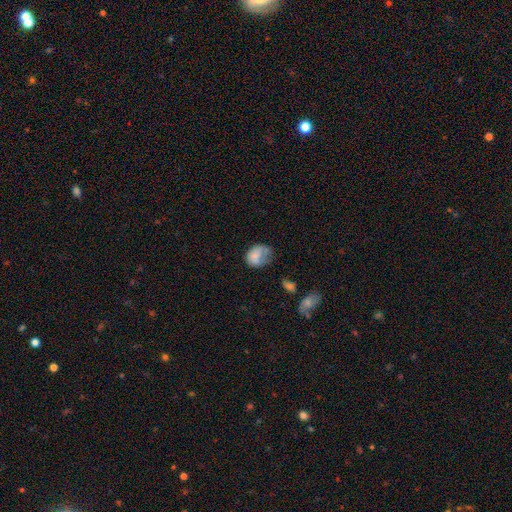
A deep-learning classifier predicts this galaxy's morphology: This is likely a smooth galaxy (74%). How rounded: possibly in between (55%). Merging: marginally none (35%, tied with minor disturbance).